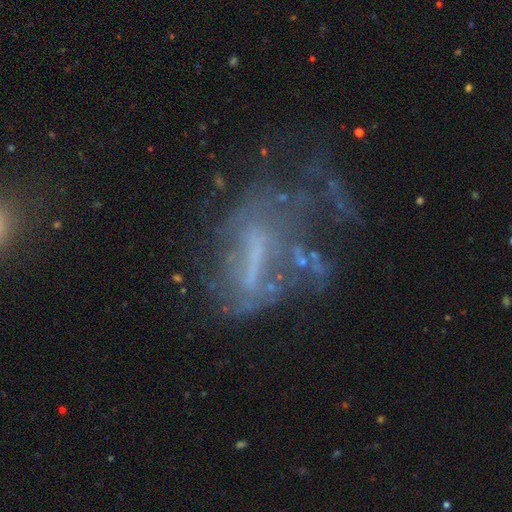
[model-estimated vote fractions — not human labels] This appears to be a featured or disk galaxy (65%) with no bar (39%), no spiral arms (63%) and no central bulge (55%). Merging: major disturbance (44%).